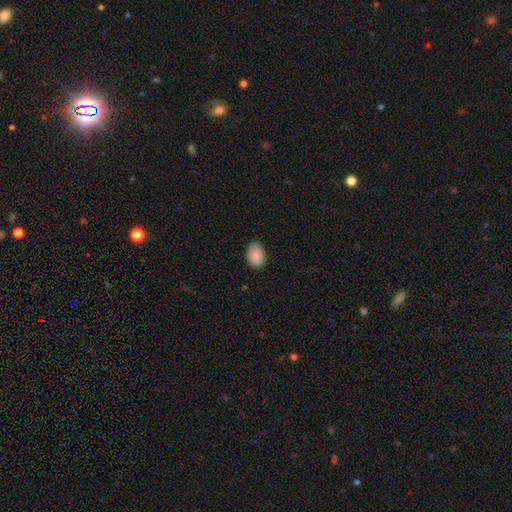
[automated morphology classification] A smooth galaxy with no disk features (90%) that is in between round and cigar-shaped (83%).

Vote fractions:
- Smooth or featured? smooth: 90% / star or artifact: 7% / featured or disk: 3%
- How rounded? in between: 83% / round: 16% / cigar-shaped: 1%
- Merging? none: 82% / minor disturbance: 15% / major disturbance: 3% / merger: 1%